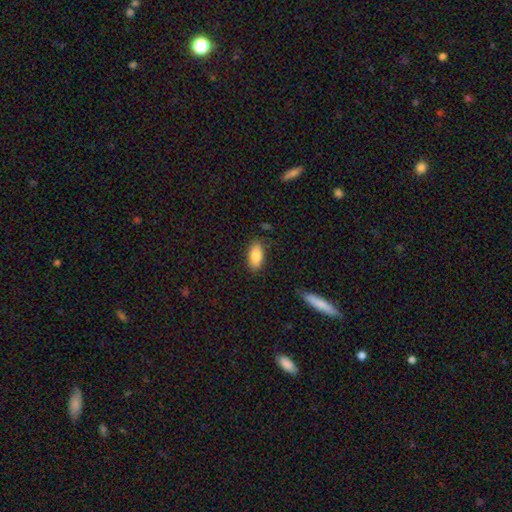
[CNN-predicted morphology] smooth 83%, featured or disk 10%, star or artifact 7%. Down the decision tree: how rounded — in between (88%); merging — none (83%).